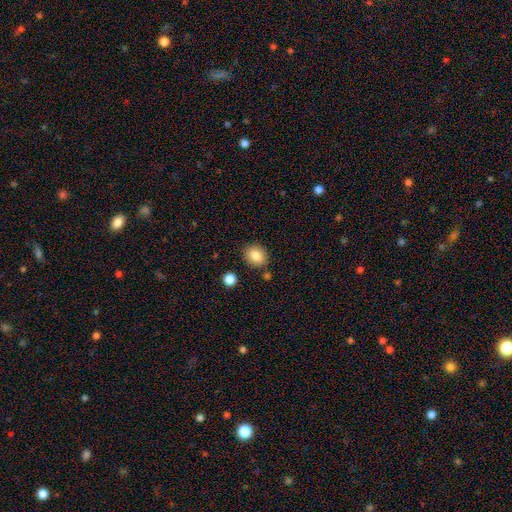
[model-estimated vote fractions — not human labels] smooth_or_featured: smooth (p=0.83) [alt: star or artifact p=0.10]
how_rounded: round (p=0.65) [alt: in between p=0.34]
merging: none (p=0.84) [alt: minor disturbance p=0.09]